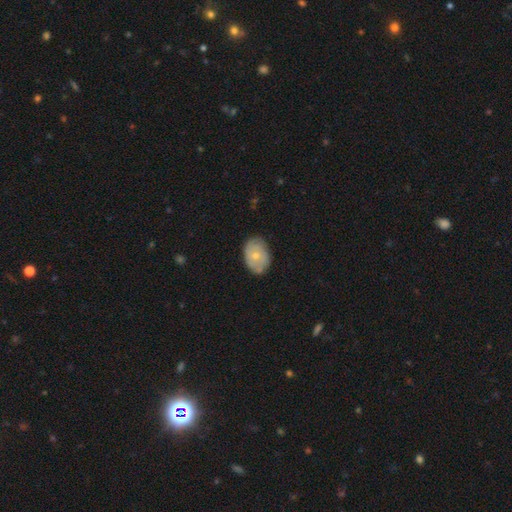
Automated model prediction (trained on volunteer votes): Smooth or featured? smooth (62%)
How rounded? in between (80%)
Merging? none (73%)